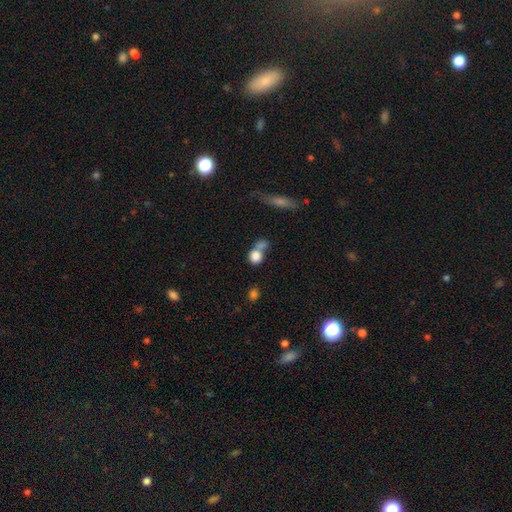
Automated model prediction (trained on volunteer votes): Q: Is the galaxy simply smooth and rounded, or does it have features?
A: smooth — 81%.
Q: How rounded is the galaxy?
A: round — 68%.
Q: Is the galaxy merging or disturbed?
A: merger — 47%.